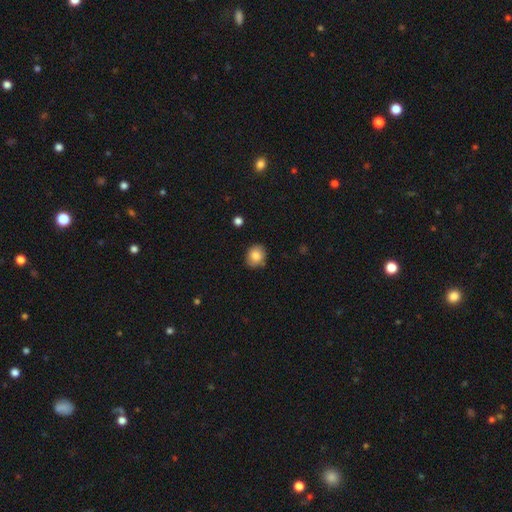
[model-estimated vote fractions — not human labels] A smooth galaxy with no disk features (83%) that is round (69%). Merging: none (83%).